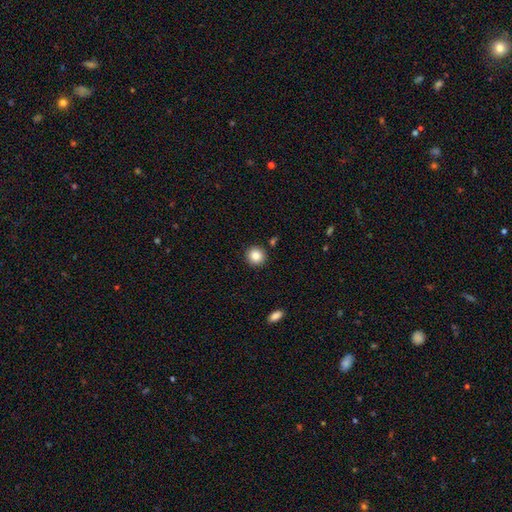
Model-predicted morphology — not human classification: A smooth galaxy with no disk features (86%) that is round (93%). Merging: none (90%).